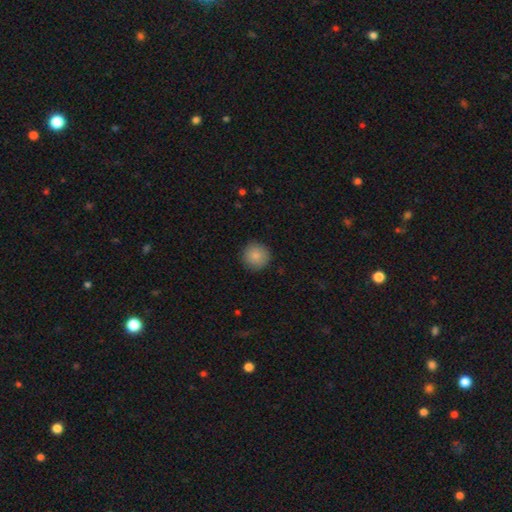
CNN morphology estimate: Overall: smooth (85%). How rounded: round (95%). Merging: none (90%).